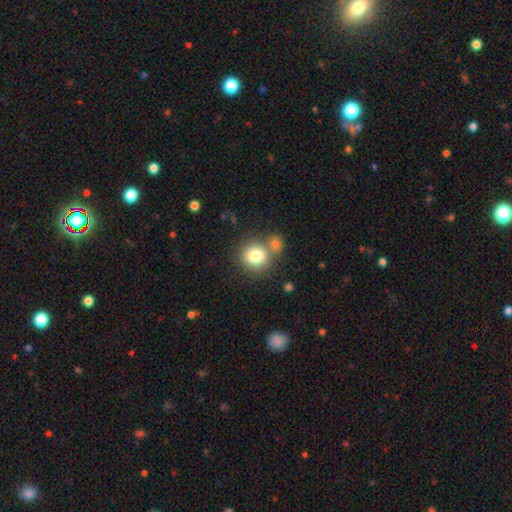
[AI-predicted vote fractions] Smooth or featured? smooth (78%)
How rounded? round (87%)
Merging? none (61%)